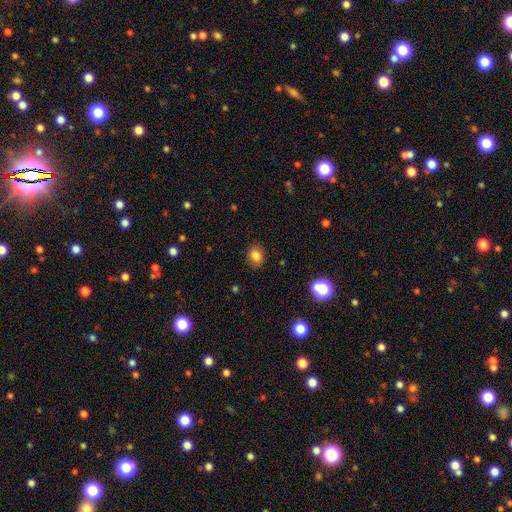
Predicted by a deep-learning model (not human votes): Smooth or featured? smooth (82%)
How rounded? round (53%)
Merging? none (86%)